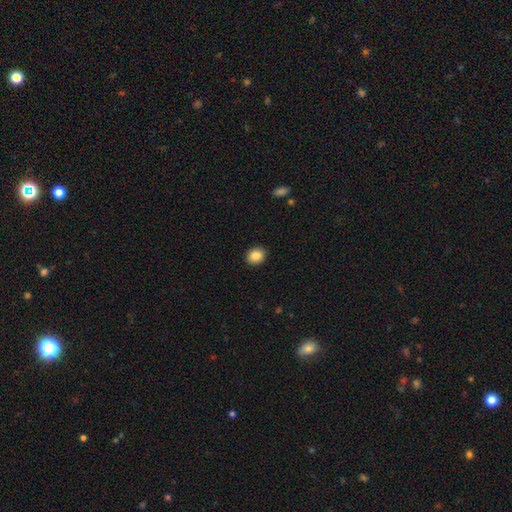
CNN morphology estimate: Overall: smooth (87%). How rounded: round (66%; in between 33%). Merging: none (91%).